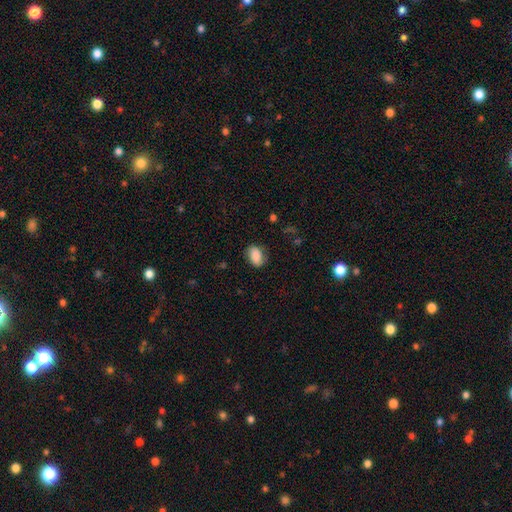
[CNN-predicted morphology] Q: Smooth or featured?
A: smooth (85%); runner-up: star or artifact (7%)
Q: How rounded?
A: in between (86%); runner-up: round (13%)
Q: Merging?
A: none (77%); runner-up: minor disturbance (17%)